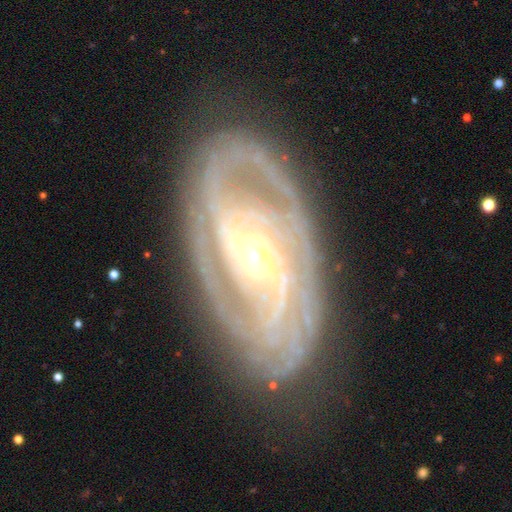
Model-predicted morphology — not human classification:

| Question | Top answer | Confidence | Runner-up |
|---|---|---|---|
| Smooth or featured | featured or disk | 90% | smooth (5%) |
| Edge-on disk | no | 94% | yes (6%) |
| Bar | no | 38% | weak (36%) |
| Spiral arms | yes | 96% | no (4%) |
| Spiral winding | tight | 69% | medium (26%) |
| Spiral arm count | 2 | 36% | can't tell (22%) |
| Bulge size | moderate | 60% | small (33%) |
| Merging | none | 79% | minor disturbance (14%) |